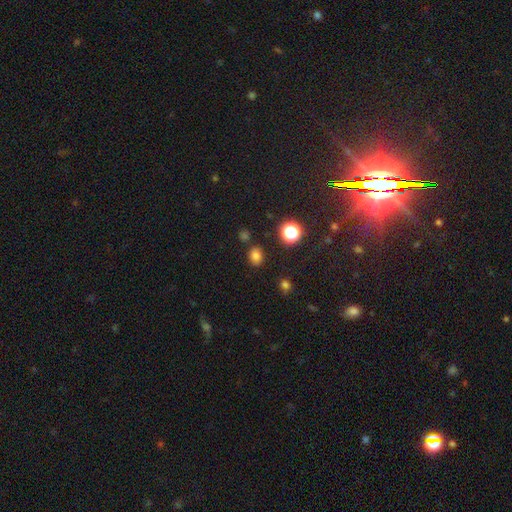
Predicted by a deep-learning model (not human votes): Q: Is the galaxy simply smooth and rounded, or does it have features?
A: smooth — 77%.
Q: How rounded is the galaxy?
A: in between — 54%.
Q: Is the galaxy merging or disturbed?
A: none — 84%.